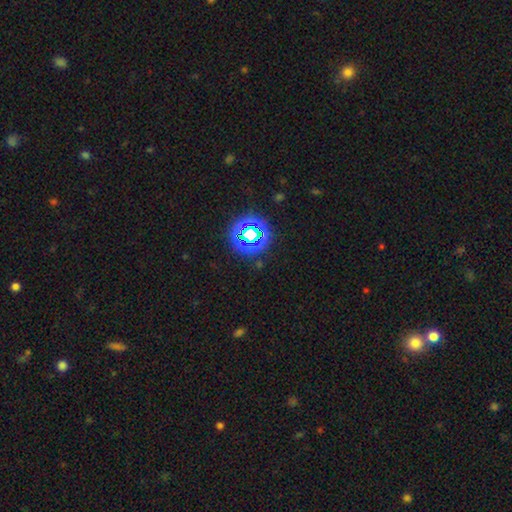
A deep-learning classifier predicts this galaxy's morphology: smooth-or-featured: star or artifact: 71% | smooth: 22% | featured or disk: 7%